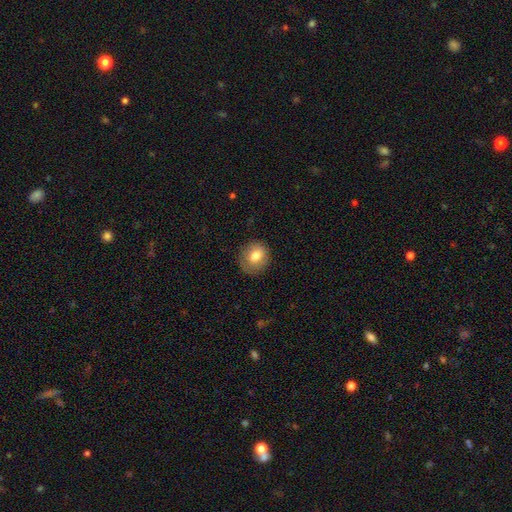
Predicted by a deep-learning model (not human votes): smooth-or-featured: smooth: 76% | featured or disk: 15% | star or artifact: 9%
  how-rounded: round: 71% | in between: 28% | cigar-shaped: 1%
  merging: none: 80% | minor disturbance: 15% | major disturbance: 4% | merger: 1%